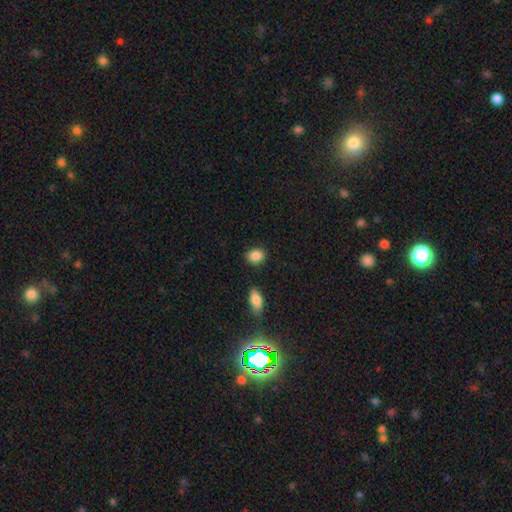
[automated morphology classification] The model was most divided on "how rounded": round: 58%, in between: 41%, cigar-shaped: 2%. More confident: smooth or featured — smooth (88%); merging — none (86%).